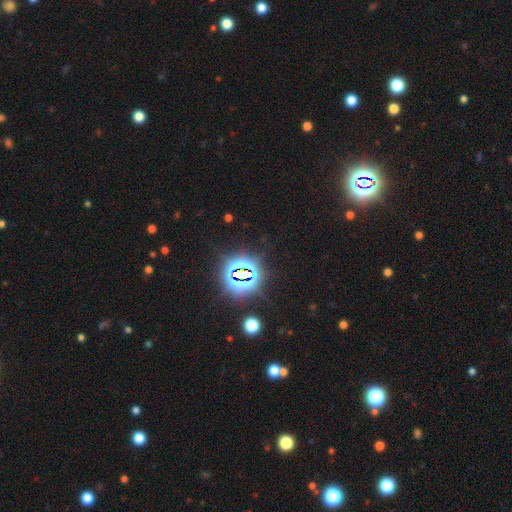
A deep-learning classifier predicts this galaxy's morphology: smooth-or-featured: star or artifact: 83% | smooth: 11% | featured or disk: 7%